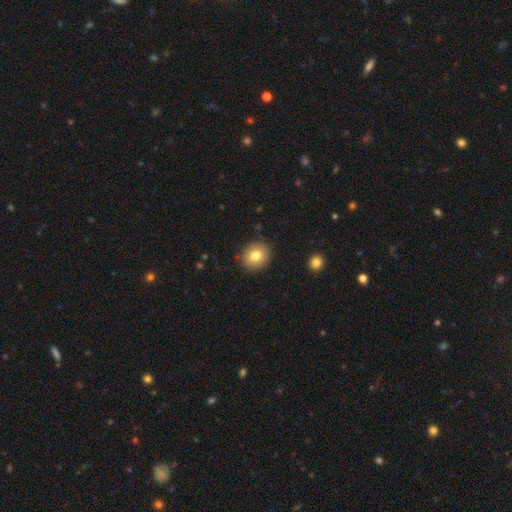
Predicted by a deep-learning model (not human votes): smooth-or-featured: smooth: 79% | featured or disk: 11% | star or artifact: 10%
  how-rounded: round: 73% | in between: 26% | cigar-shaped: 1%
  merging: none: 89% | minor disturbance: 8% | major disturbance: 2% | merger: 1%